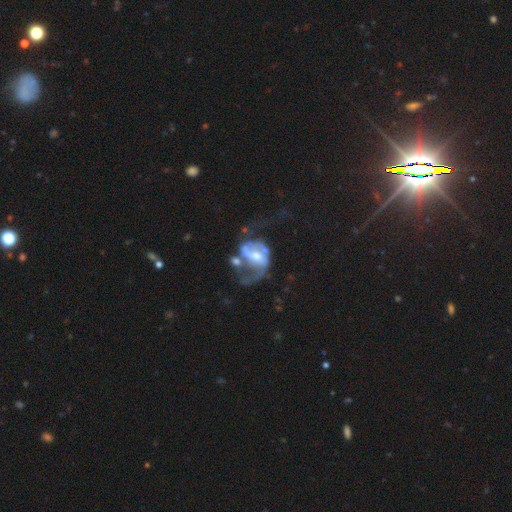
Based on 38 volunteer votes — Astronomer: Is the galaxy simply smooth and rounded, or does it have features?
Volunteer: featured or disk — 79%.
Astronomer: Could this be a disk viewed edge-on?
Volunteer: no — 93%.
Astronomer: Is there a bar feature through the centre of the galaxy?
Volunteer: no — 46% (runner-up: weak, 39%).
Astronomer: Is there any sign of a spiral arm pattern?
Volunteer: yes — 79%.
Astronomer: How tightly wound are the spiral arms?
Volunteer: loose — 68%.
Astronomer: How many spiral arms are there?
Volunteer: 2 — 64%.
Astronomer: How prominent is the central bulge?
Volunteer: moderate — 54%.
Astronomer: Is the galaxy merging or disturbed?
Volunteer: major disturbance — 32% (runner-up: merger, 30%).